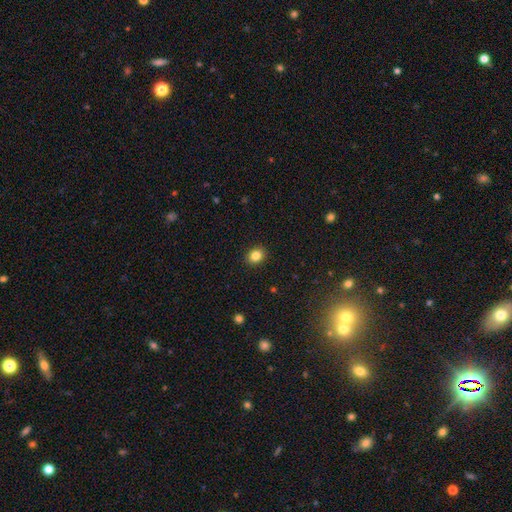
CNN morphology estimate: Overall: smooth (84%). How rounded: round (59%; in between 40%). Merging: none (91%).